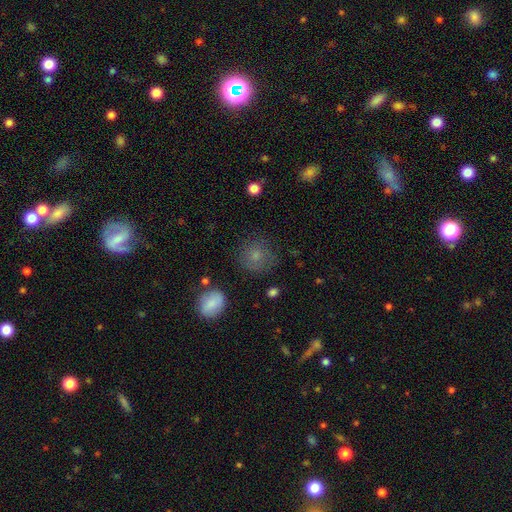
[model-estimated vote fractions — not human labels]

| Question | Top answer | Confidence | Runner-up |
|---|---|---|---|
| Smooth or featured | smooth | 75% | featured or disk (13%) |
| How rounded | round | 88% | in between (11%) |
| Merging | none | 76% | minor disturbance (16%) |